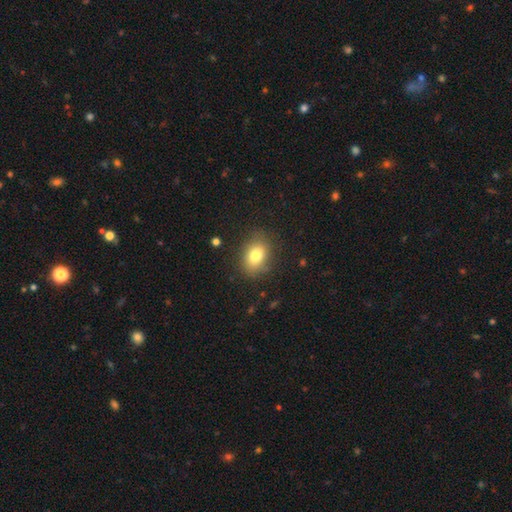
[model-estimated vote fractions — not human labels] A smooth galaxy with no disk features (78%) that is in between round and cigar-shaped (70%). Merging: none (81%).